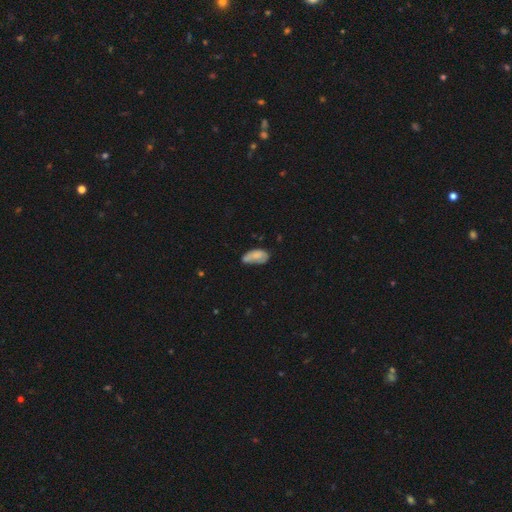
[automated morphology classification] A smooth galaxy with no disk features (69%) that is in between round and cigar-shaped (92%). Merging: minor disturbance (39%).